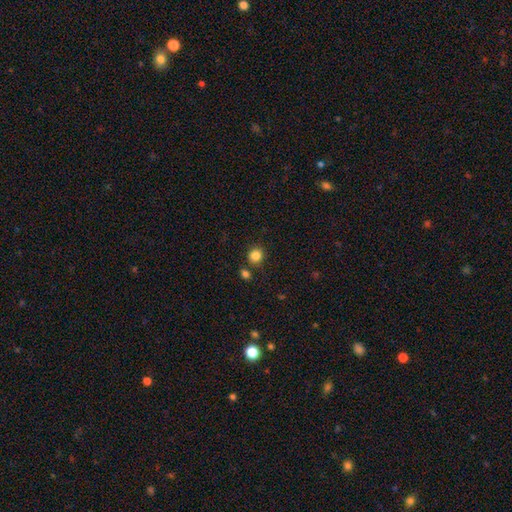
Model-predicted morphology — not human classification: Smooth or featured?
  - smooth: 84% *
  - star or artifact: 12%
  - featured or disk: 4%
How rounded?
  - round: 87% *
  - in between: 12%
  - cigar-shaped: 1%
Merging?
  - none: 80% *
  - minor disturbance: 9%
  - merger: 8%
  - major disturbance: 3%